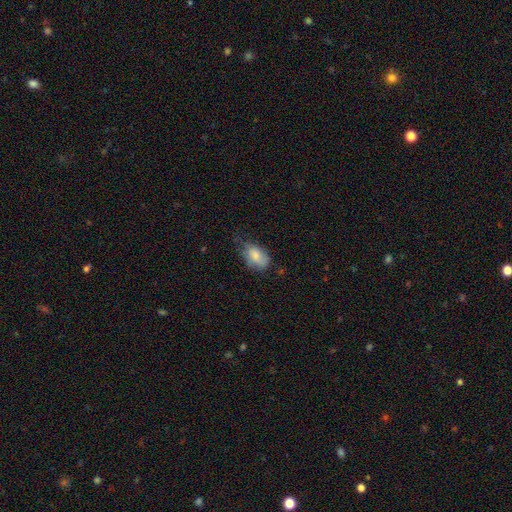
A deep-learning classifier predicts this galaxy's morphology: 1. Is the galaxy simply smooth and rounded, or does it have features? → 76% smooth, 17% featured or disk, 7% star or artifact.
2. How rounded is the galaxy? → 89% in between, 9% round, 2% cigar-shaped.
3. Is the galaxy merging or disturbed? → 42% none, 40% minor disturbance, 16% major disturbance, 2% merger.